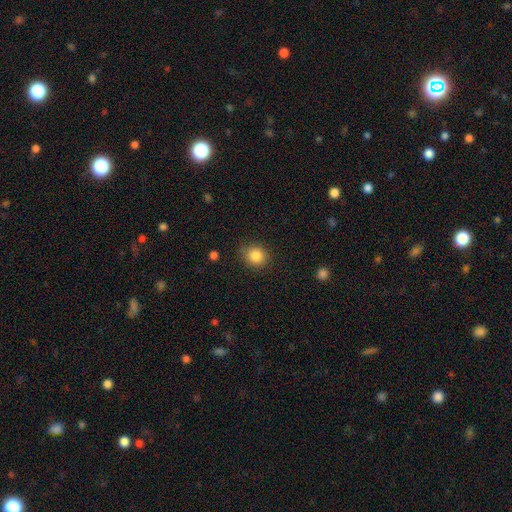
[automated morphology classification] Smooth or featured: smooth — 85% (star or artifact — 10%)
How rounded: round — 79% (in between — 20%)
Merging: none — 84% (minor disturbance — 12%)